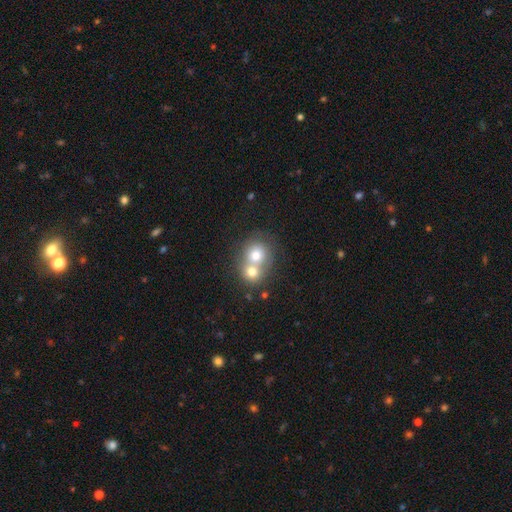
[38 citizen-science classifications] Volunteers were most divided on "merging": merger: 56%, none: 36%, minor disturbance: 6%, major disturbance: 3%. More confident: smooth or featured — smooth (76%); how rounded — round (72%).